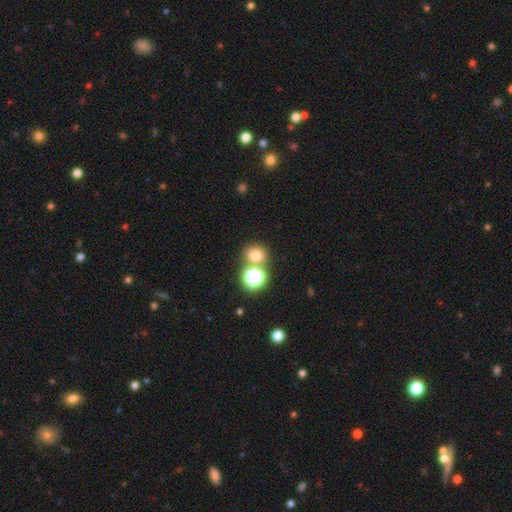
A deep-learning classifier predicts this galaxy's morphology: smooth-or-featured: smooth: 72% | star or artifact: 20% | featured or disk: 8%
  how-rounded: round: 83% | in between: 16% | cigar-shaped: 1%
  merging: none: 67% | merger: 22% | minor disturbance: 8% | major disturbance: 3%